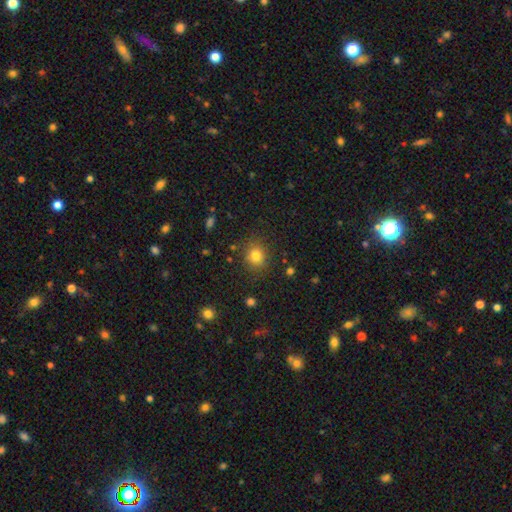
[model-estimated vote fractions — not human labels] smooth_or_featured: smooth (p=0.80) [alt: star or artifact p=0.13]
how_rounded: round (p=0.77) [alt: in between p=0.22]
merging: none (p=0.85) [alt: minor disturbance p=0.10]